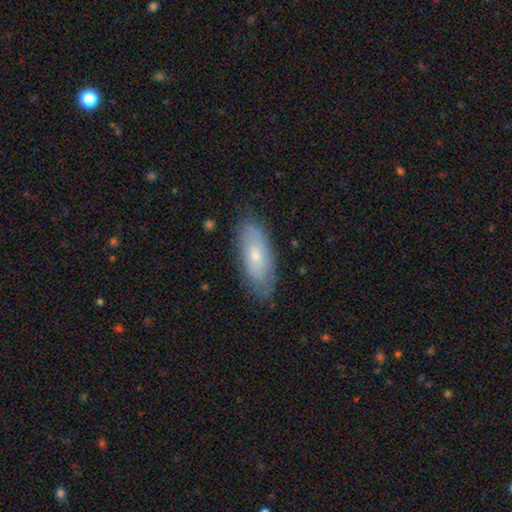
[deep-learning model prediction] smooth_or_featured: smooth (p=0.59) [alt: featured or disk p=0.34]
how_rounded: in between (p=0.76) [alt: cigar-shaped p=0.22]
merging: none (p=0.76) [alt: minor disturbance p=0.19]